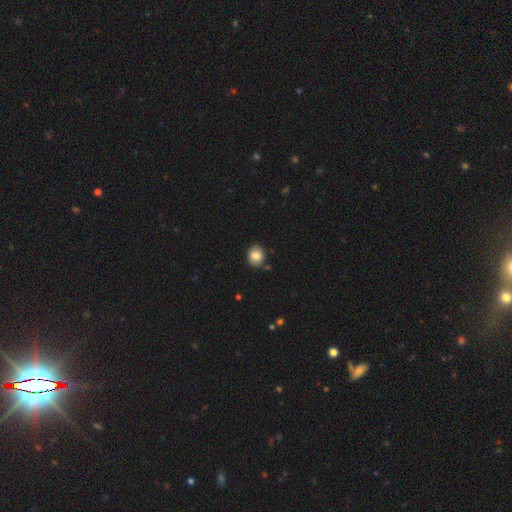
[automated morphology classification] This is clearly a smooth galaxy (83%). How rounded: likely round (64%). Merging: clearly none (84%).